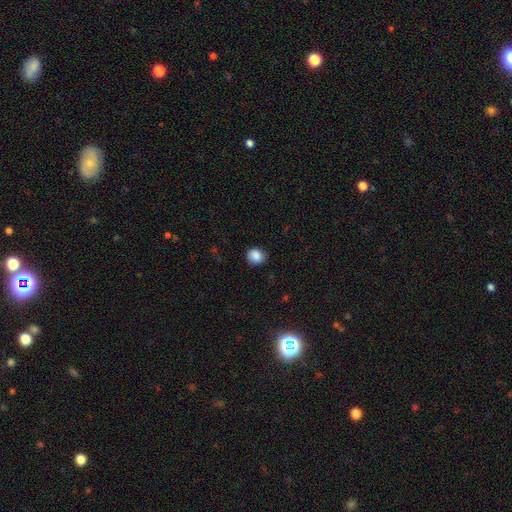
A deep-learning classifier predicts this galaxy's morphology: Smooth or featured? smooth (87%)
How rounded? round (76%)
Merging? none (85%)